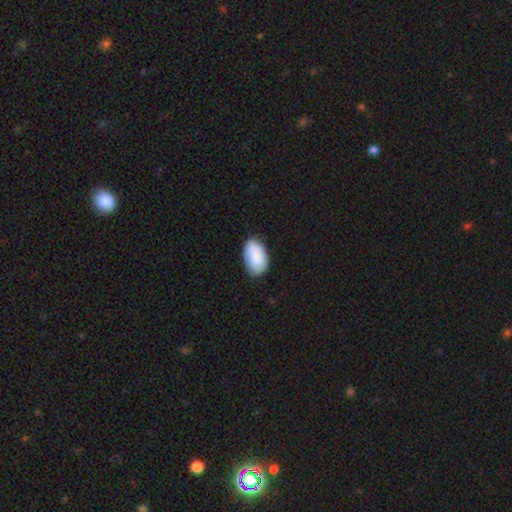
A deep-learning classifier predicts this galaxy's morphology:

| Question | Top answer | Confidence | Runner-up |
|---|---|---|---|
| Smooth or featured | smooth | 86% | featured or disk (8%) |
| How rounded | in between | 94% | round (5%) |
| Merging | none | 75% | minor disturbance (20%) |